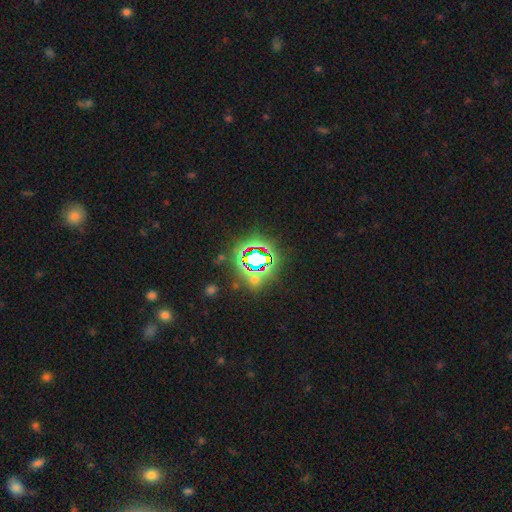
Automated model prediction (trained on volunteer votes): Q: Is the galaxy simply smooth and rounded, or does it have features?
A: star or artifact — 77%.